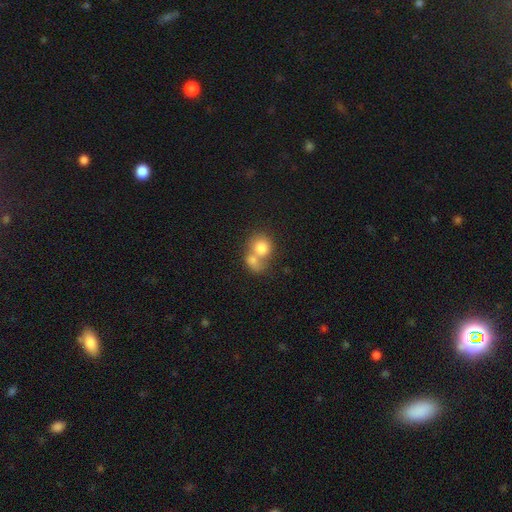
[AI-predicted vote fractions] A smooth galaxy with no disk features (73%) that is round (73%). Merging: merger (63%).